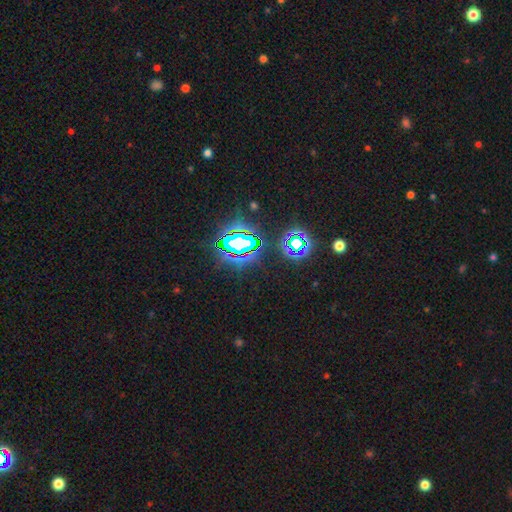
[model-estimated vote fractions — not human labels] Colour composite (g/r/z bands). It shows a star or artifact, not a galaxy (83%).